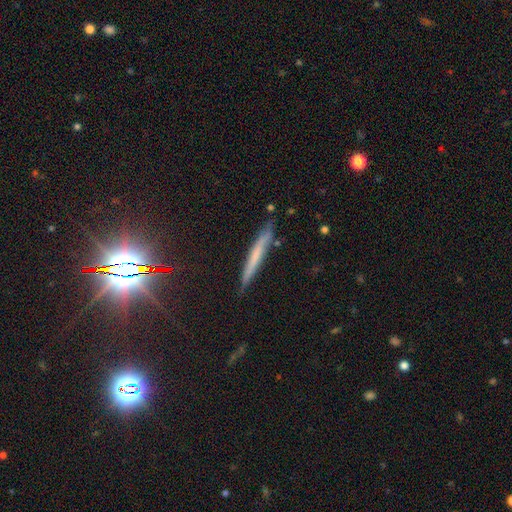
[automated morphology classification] The model was most divided on "smooth or featured": smooth: 48%, featured or disk: 39%, star or artifact: 13%. More confident: merging — none (83%).